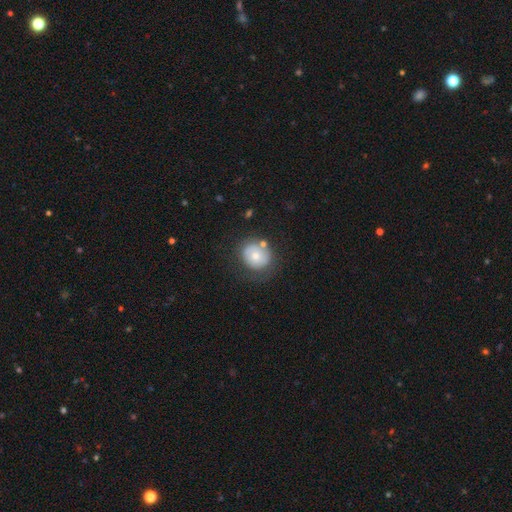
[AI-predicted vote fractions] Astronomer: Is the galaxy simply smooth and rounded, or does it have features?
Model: smooth — 61%.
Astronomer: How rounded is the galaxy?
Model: round — 77%.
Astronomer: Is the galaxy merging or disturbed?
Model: none — 62%.